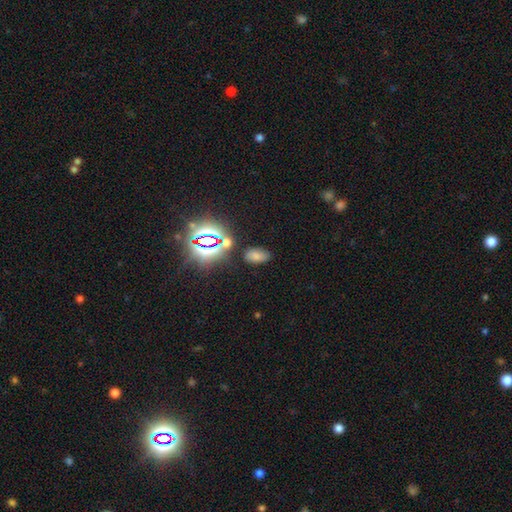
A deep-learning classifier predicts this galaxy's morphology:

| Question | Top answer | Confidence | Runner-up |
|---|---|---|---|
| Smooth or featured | smooth | 61% | star or artifact (28%) |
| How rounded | in between | 90% | round (8%) |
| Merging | none | 78% | minor disturbance (14%) |